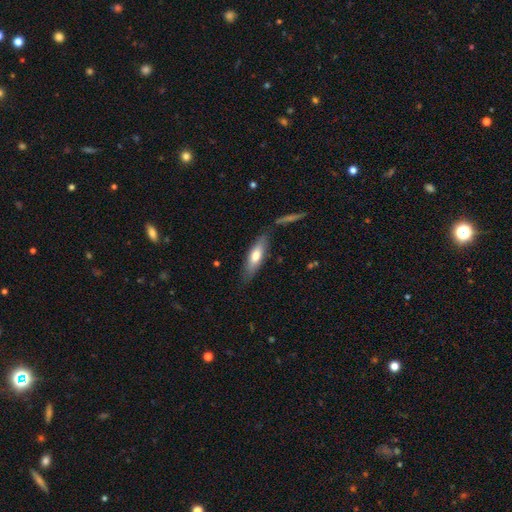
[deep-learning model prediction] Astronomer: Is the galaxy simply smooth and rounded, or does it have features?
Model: smooth — 62%.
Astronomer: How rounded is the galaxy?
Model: cigar-shaped — 59% (runner-up: in between, 39%).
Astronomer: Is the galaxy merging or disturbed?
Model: none — 77%.